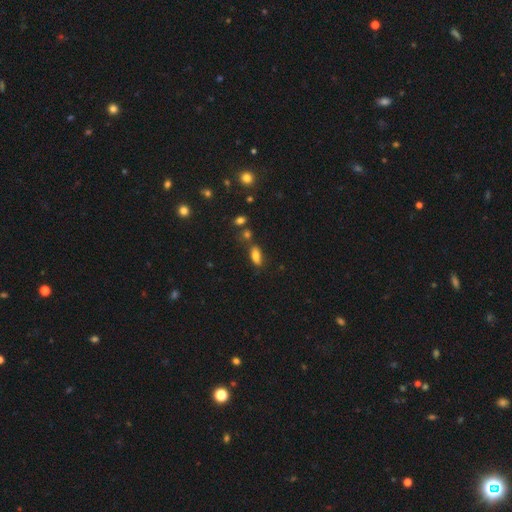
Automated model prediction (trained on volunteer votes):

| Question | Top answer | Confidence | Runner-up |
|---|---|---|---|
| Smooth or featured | smooth | 79% | star or artifact (10%) |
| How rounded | in between | 83% | cigar-shaped (13%) |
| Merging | none | 71% | minor disturbance (16%) |